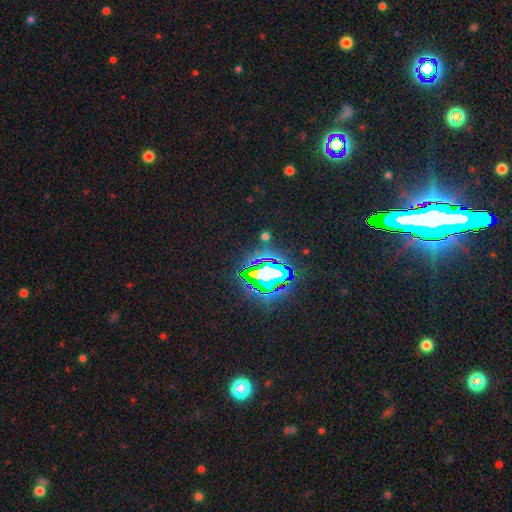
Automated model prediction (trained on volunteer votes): Q: Smooth or featured?
A: star or artifact (84%); runner-up: smooth (9%)